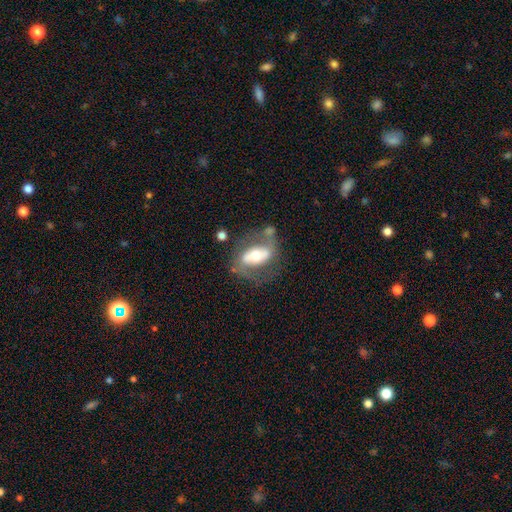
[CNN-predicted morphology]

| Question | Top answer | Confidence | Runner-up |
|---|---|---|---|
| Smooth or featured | featured or disk | 65% | smooth (28%) |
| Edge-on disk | no | 90% | yes (10%) |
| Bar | strong | 44% | no (31%) |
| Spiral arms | yes | 63% | no (37%) |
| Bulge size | moderate | 64% | large (17%) |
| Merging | none | 56% | minor disturbance (20%) |